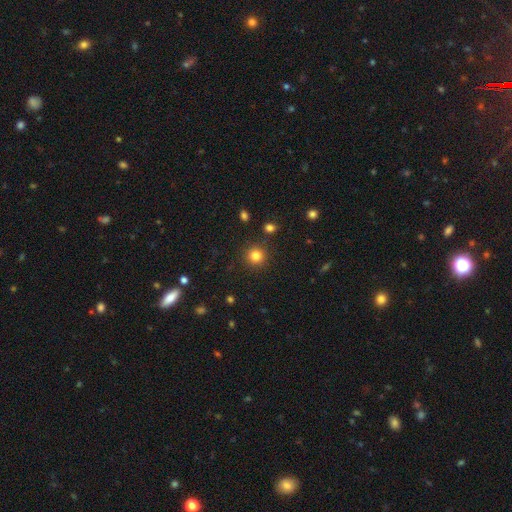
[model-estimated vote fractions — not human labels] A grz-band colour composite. It shows a smooth galaxy with no disk features (82%) that is round (94%). Merging: none (90%).